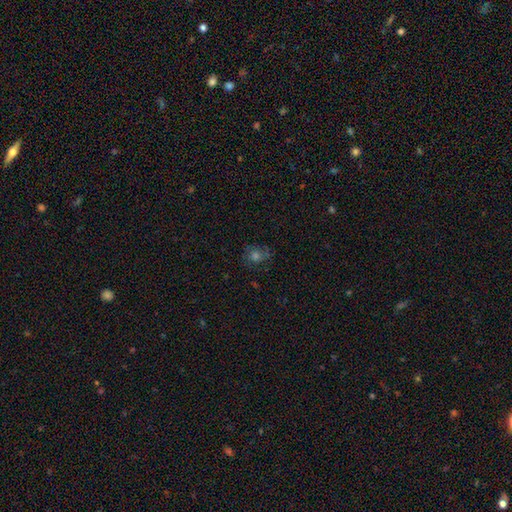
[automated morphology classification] Smooth or featured? Predicted: smooth (p=0.42). Merging? Predicted: none (p=0.73).